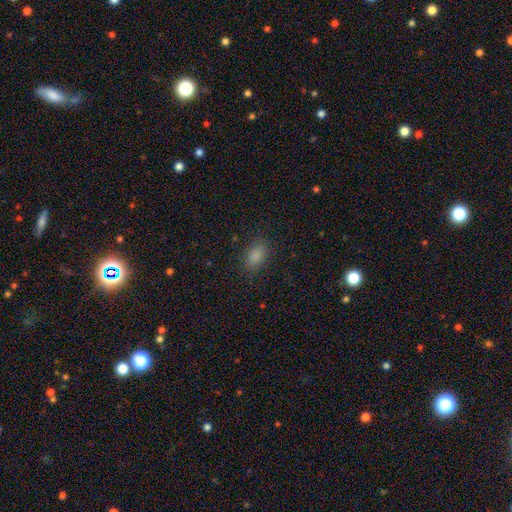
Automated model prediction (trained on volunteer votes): smooth 86%, star or artifact 11%, featured or disk 4%. Down the decision tree: how rounded — in between (89%); merging — none (85%).